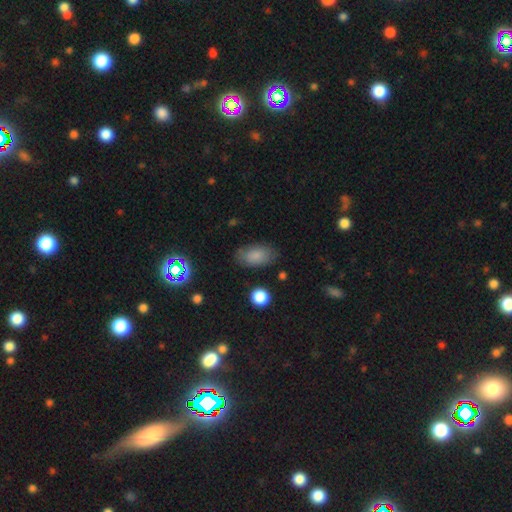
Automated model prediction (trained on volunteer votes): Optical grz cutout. It shows a smooth galaxy with no disk features (82%) that is in between round and cigar-shaped (92%). Merging: none (77%).